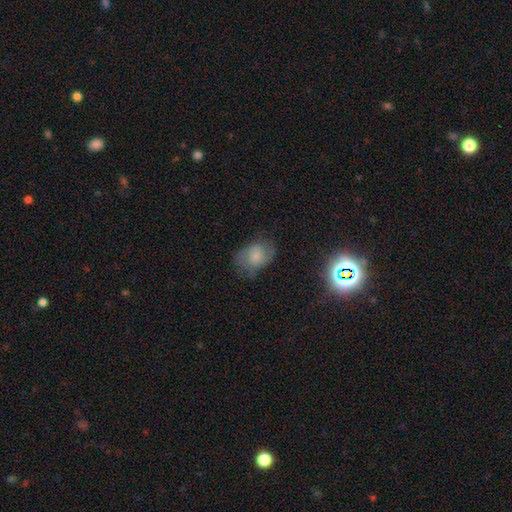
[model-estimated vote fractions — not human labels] A smooth galaxy with no disk features (56%) that is in between round and cigar-shaped (77%).

Vote fractions:
- Smooth or featured? smooth: 56% / featured or disk: 33% / star or artifact: 11%
- How rounded? in between: 77% / round: 22% / cigar-shaped: 1%
- Merging? none: 59% / minor disturbance: 27% / major disturbance: 13% / merger: 2%